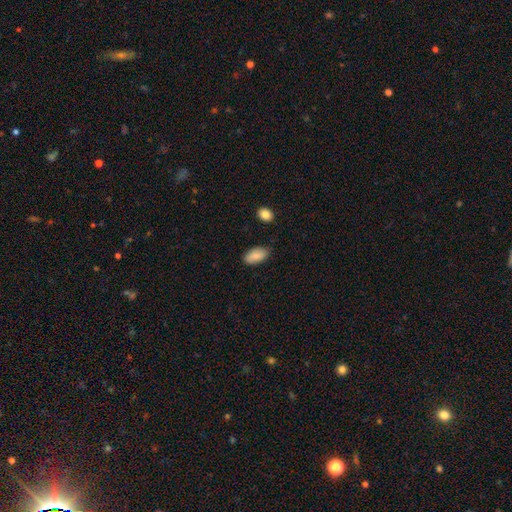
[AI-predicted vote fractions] A smooth galaxy with no disk features (86%) that is in between round and cigar-shaped (94%). Merging: none (83%).